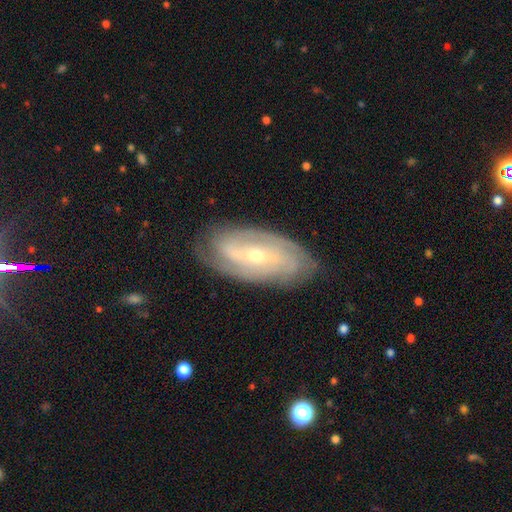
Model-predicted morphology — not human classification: type=featured or disk (83%); edge-on=no (92%); bar=weak (40%); spiral arms=yes (94%); winding=tight (61%); arm count=2 (36%); bulge=small (56%); merging=none (81%).